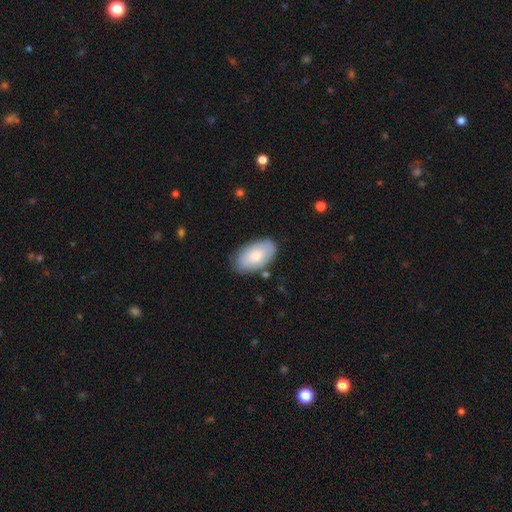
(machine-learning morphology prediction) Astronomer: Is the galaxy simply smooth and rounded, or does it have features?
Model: smooth — 75%.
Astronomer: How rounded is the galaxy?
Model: in between — 94%.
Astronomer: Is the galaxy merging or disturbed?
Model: none — 80%.